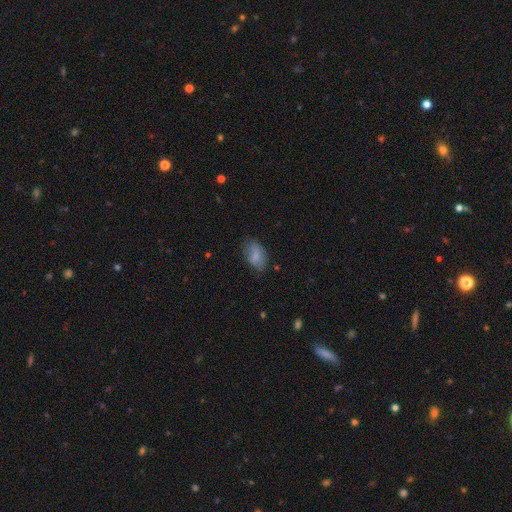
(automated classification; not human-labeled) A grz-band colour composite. It shows a smooth galaxy with no disk features (78%) that is in between round and cigar-shaped (90%). Merging: none (67%).